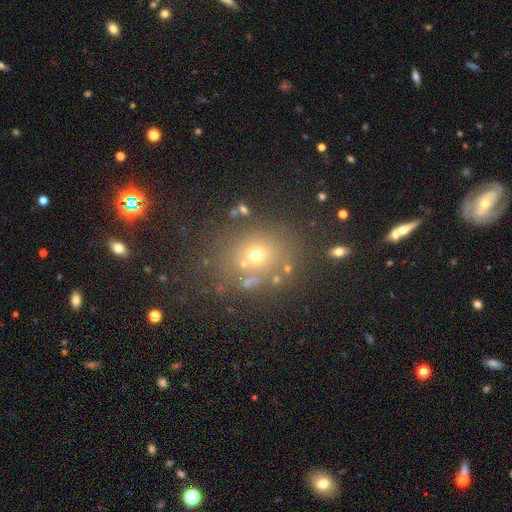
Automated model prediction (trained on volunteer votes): A smooth galaxy with no disk features (54%) that is round (71%). Merging: none (72%).